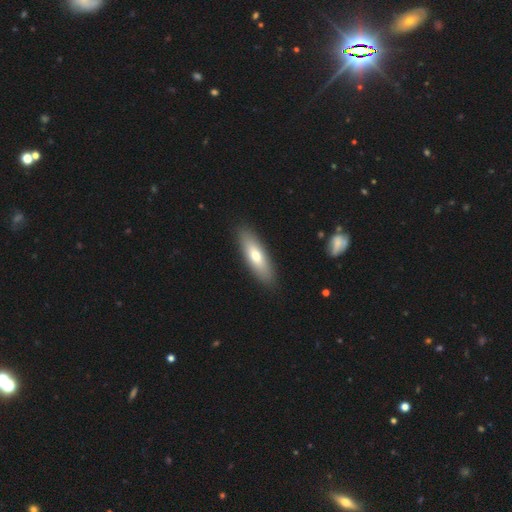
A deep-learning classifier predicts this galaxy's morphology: Smooth or featured? Predicted: smooth (p=0.65). How rounded? Predicted: in between (p=0.50). Merging? Predicted: none (p=0.89).